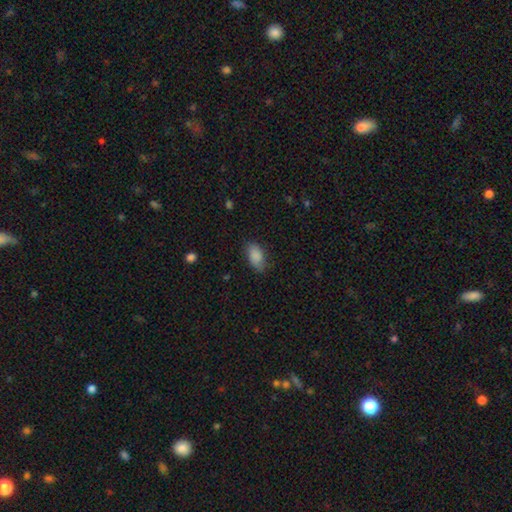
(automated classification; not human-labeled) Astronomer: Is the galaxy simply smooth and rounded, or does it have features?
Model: smooth — 85%.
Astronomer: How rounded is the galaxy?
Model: in between — 92%.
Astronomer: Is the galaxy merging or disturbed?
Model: none — 69%.